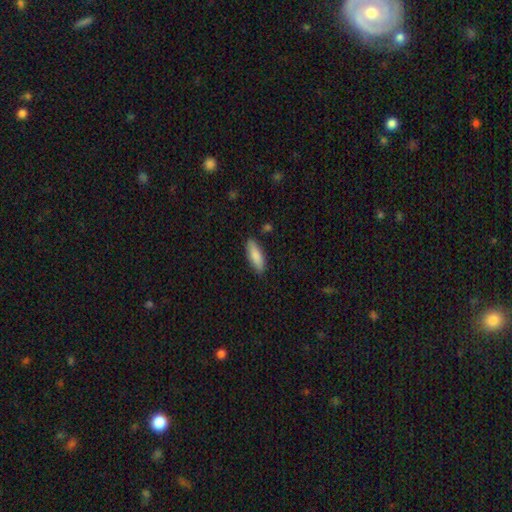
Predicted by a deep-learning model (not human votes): The model was most divided on "how rounded": in between: 58%, cigar-shaped: 41%, round: 2%. More confident: smooth or featured — smooth (86%); merging — none (85%).